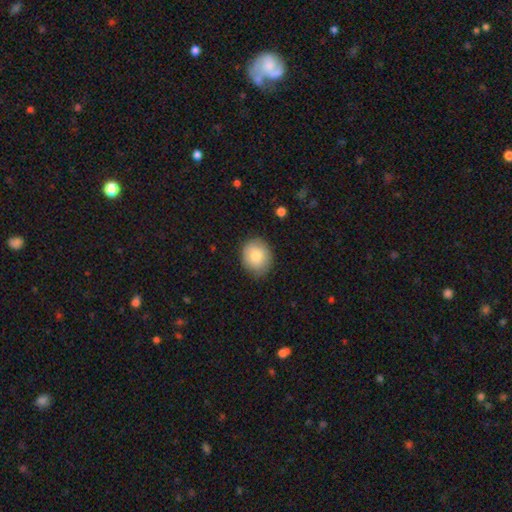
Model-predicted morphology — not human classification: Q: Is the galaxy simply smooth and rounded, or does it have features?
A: smooth — 82%.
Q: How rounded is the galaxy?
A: round — 63%.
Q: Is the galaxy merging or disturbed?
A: none — 82%.